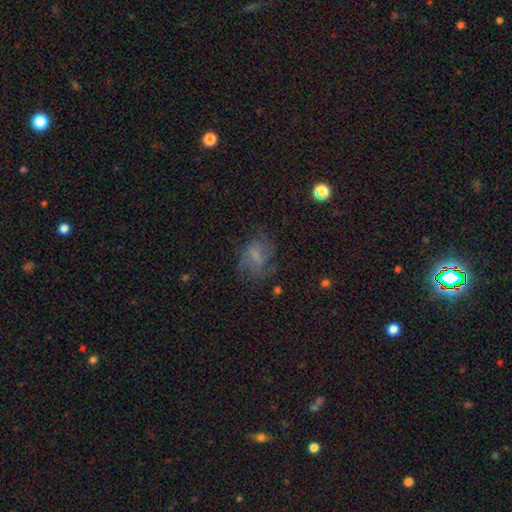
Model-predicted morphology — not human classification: Smooth or featured: featured or disk — 47% (smooth — 37%)
Merging: none — 52% (major disturbance — 24%)